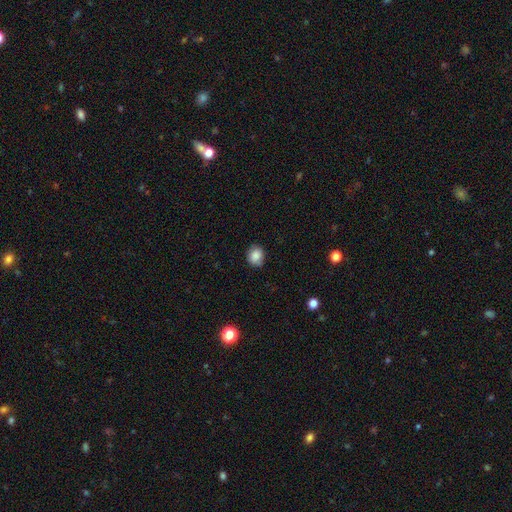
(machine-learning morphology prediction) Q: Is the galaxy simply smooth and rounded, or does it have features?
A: smooth — 85%.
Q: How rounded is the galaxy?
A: round — 68%.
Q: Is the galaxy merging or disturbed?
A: none — 78%.